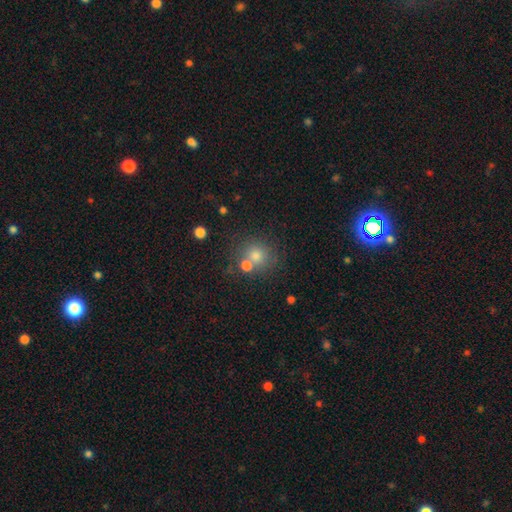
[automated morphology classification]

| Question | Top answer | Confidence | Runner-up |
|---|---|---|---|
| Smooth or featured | smooth | 70% | star or artifact (18%) |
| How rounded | round | 86% | in between (13%) |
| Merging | none | 61% | merger (26%) |